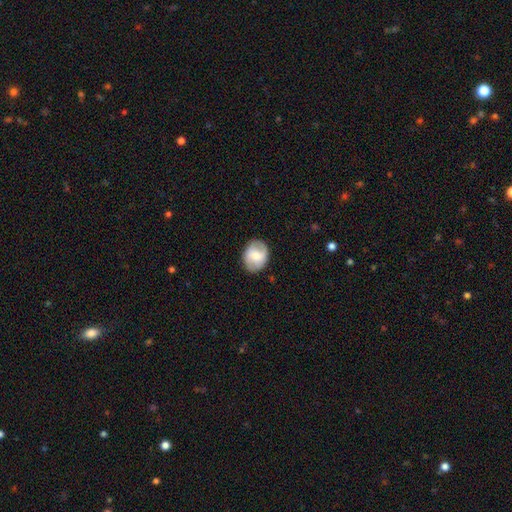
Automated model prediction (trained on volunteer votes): This is possibly a smooth galaxy (56%). How rounded: possibly round (50%). Merging: clearly none (82%).